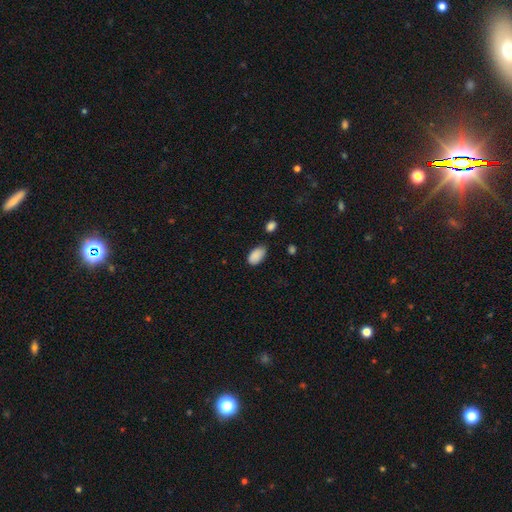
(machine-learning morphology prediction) This appears to be a smooth galaxy with no disk features (89%) that is in between round and cigar-shaped (94%). Merging: none (65%).